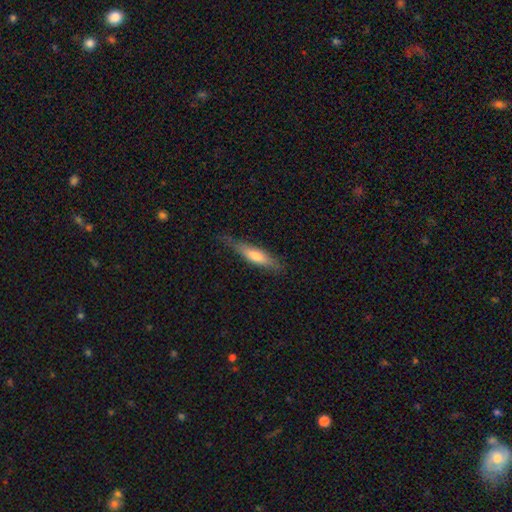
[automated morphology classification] smooth-or-featured: smooth: 62% | featured or disk: 33% | star or artifact: 6%
  how-rounded: cigar-shaped: 76% | in between: 22% | round: 2%
  merging: none: 69% | minor disturbance: 24% | major disturbance: 6% | merger: 1%